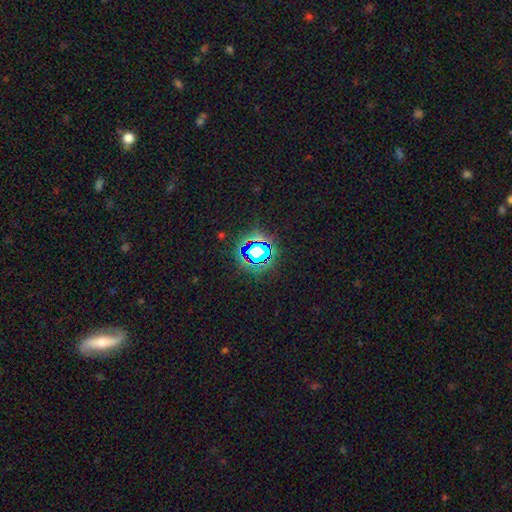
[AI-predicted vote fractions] Smooth or featured: star or artifact — 73% (smooth — 16%)